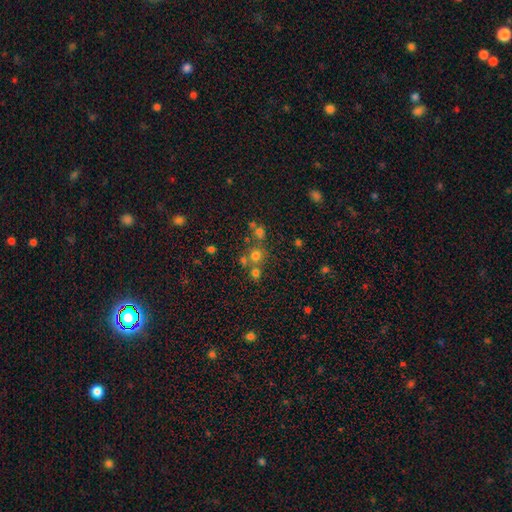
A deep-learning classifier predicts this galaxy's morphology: The model was most divided on "merging": none: 61%, merger: 28%, minor disturbance: 8%, major disturbance: 4%. More confident: how rounded — round (88%); smooth or featured — smooth (65%).